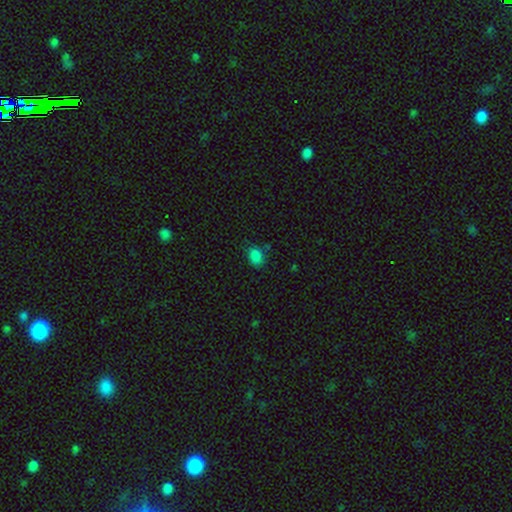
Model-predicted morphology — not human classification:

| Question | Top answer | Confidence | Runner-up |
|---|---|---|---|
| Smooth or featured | smooth | 84% | star or artifact (12%) |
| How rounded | in between | 73% | round (25%) |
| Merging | none | 69% | minor disturbance (21%) |